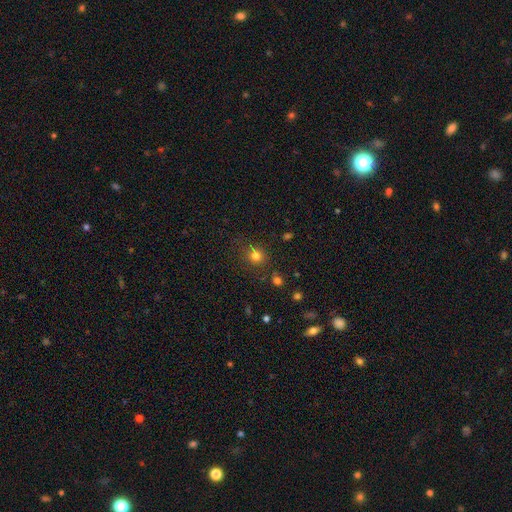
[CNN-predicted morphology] Q: Smooth or featured?
A: smooth (77%); runner-up: star or artifact (17%)
Q: How rounded?
A: round (82%); runner-up: in between (17%)
Q: Merging?
A: none (76%); runner-up: minor disturbance (14%)